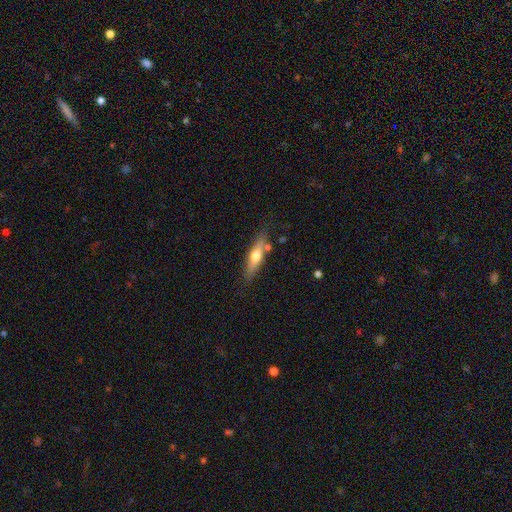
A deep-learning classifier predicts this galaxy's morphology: Smooth or featured: smooth — 48% (featured or disk — 46%)
Merging: none — 76% (minor disturbance — 14%)